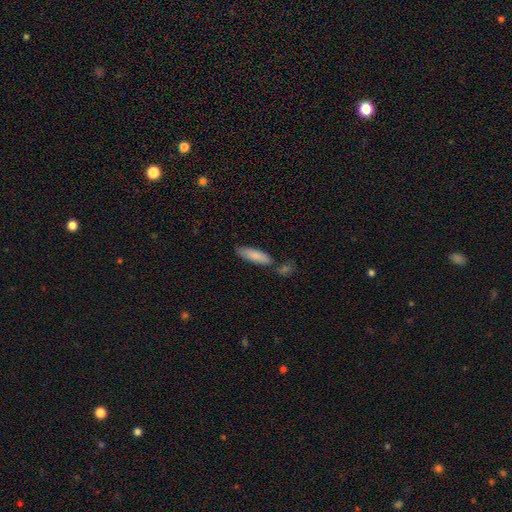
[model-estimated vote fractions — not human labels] smooth-or-featured: smooth: 84% | featured or disk: 10% | star or artifact: 6%
  how-rounded: cigar-shaped: 51% | in between: 47% | round: 2%
  merging: none: 68% | minor disturbance: 15% | merger: 13% | major disturbance: 4%